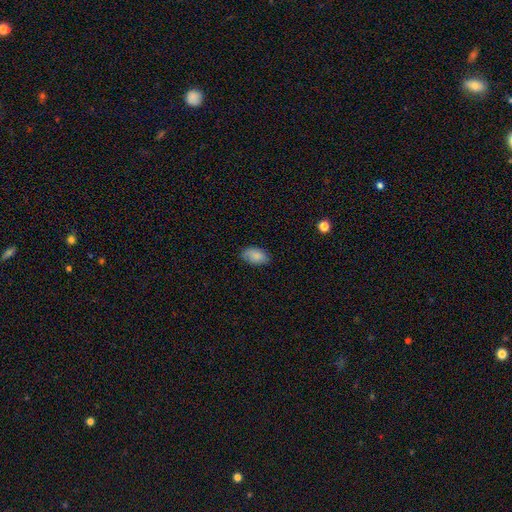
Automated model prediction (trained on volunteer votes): This is clearly a smooth galaxy (84%). How rounded: clearly in between (93%). Merging: likely none (79%).